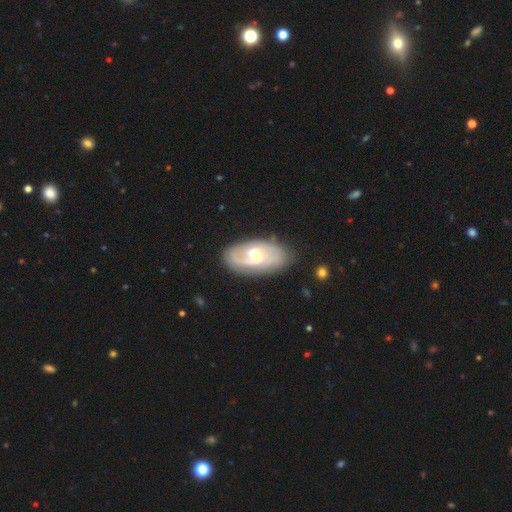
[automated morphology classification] Smooth or featured?
  - featured or disk: 78% *
  - smooth: 17%
  - star or artifact: 5%
Edge-on disk?
  - no: 95% *
  - yes: 5%
Bar?
  - weak: 52% *
  - no: 36%
  - strong: 12%
Spiral arms?
  - yes: 92% *
  - no: 8%
Spiral winding?
  - medium: 44% *
  - tight: 35%
  - loose: 21%
Spiral arm count?
  - 2: 65% *
  - can't tell: 18%
  - 3: 7%
  - 1: 7%
  - 4: 2%
  - more than 4: 2%
Bulge size?
  - moderate: 53% *
  - small: 38%
  - large: 6%
  - none: 2%
  - dominant: 1%
Merging?
  - none: 79% *
  - minor disturbance: 14%
  - major disturbance: 5%
  - merger: 2%